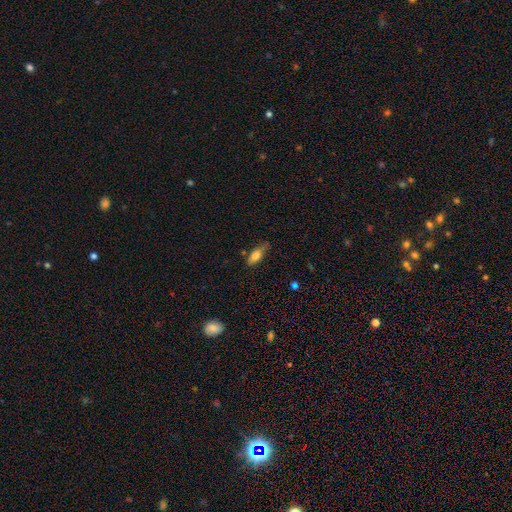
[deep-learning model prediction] The model was most divided on "merging": none: 63%, minor disturbance: 28%, major disturbance: 7%, merger: 3%. More confident: smooth or featured — smooth (73%); how rounded — in between (69%).